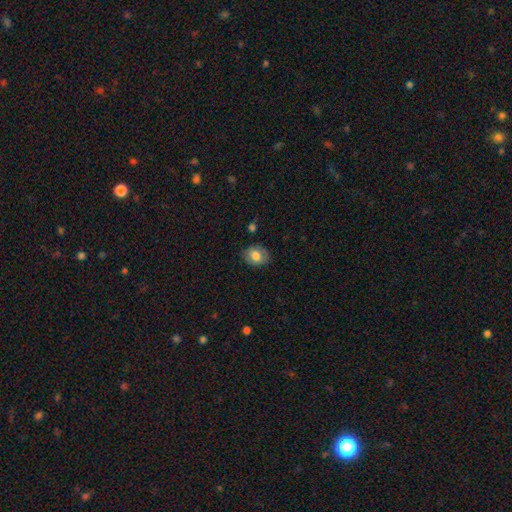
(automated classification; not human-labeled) Overall: smooth (76%). How rounded: round (52%; in between 47%). Merging: none (82%).